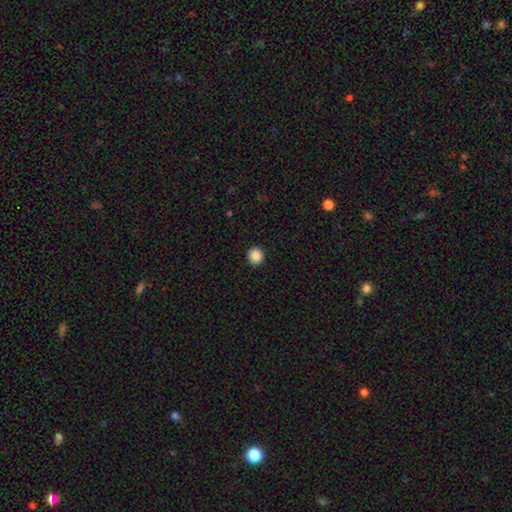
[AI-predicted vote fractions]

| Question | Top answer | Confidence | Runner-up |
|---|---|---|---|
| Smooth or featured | smooth | 88% | star or artifact (10%) |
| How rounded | round | 93% | in between (6%) |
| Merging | none | 92% | minor disturbance (5%) |